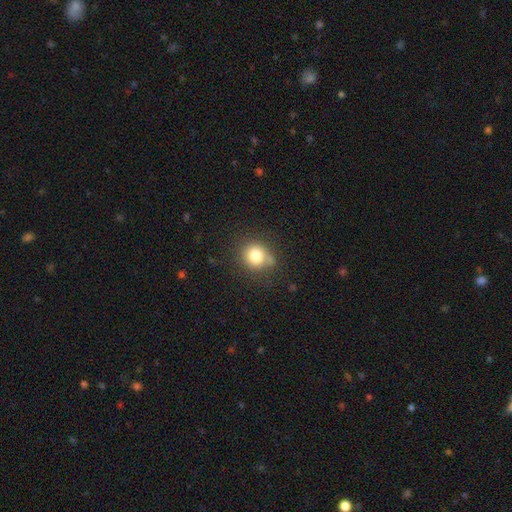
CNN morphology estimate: This is clearly a smooth galaxy (80%). How rounded: clearly round (83%). Merging: likely none (70%).